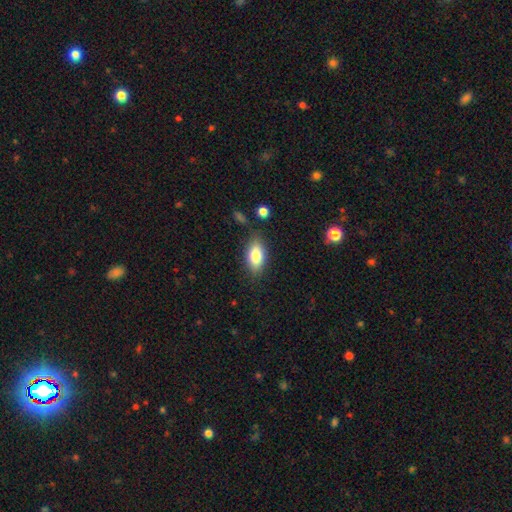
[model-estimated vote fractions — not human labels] Smooth or featured? smooth (80%)
How rounded? in between (89%)
Merging? none (79%)